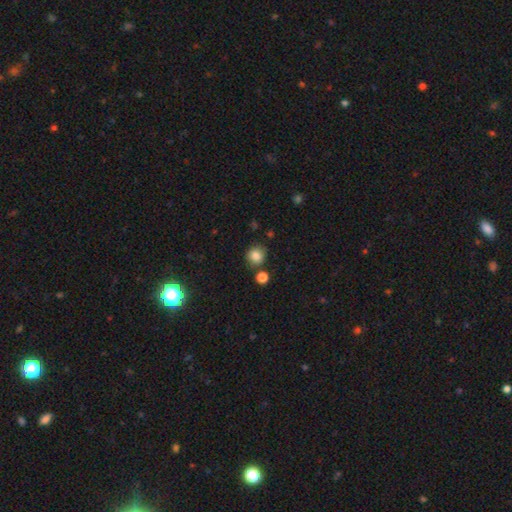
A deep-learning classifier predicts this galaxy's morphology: The model was most divided on "merging": none: 81%, minor disturbance: 10%, merger: 7%, major disturbance: 3%. More confident: how rounded — round (87%); smooth or featured — smooth (84%).